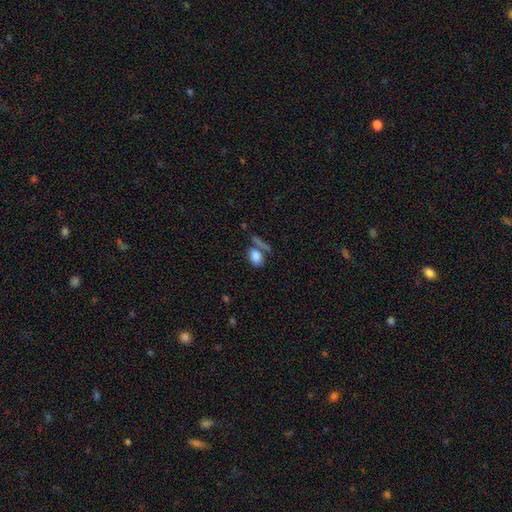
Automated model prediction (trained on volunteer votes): A smooth galaxy with no disk features (82%) that is in between round and cigar-shaped (84%).

Vote fractions:
- Smooth or featured? smooth: 82% / star or artifact: 9% / featured or disk: 9%
- How rounded? in between: 84% / round: 11% / cigar-shaped: 5%
- Merging? none: 51% / merger: 27% / minor disturbance: 14% / major disturbance: 8%